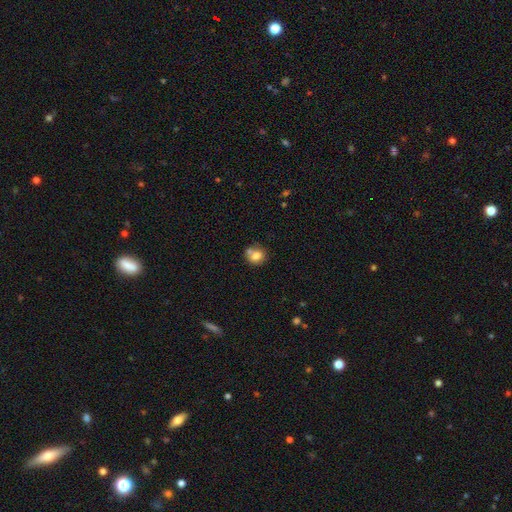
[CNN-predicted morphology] Smooth or featured? Predicted: smooth (p=0.76). How rounded? Predicted: round (p=0.78). Merging? Predicted: none (p=0.53).